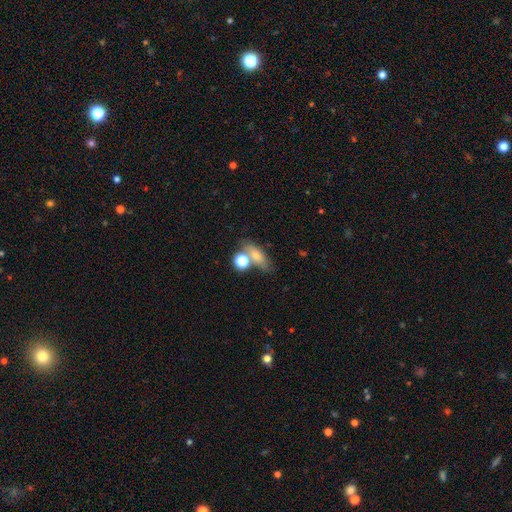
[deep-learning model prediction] The model was most divided on "merging": none: 51%, merger: 28%, minor disturbance: 14%, major disturbance: 7%. More confident: smooth or featured — smooth (70%); how rounded — in between (63%).